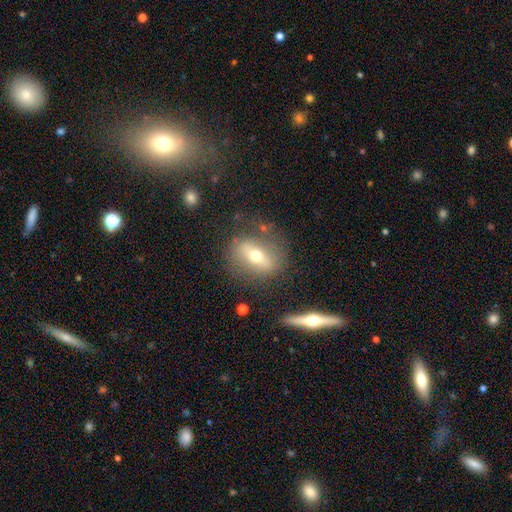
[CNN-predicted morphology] smooth-or-featured: featured or disk: 46% | smooth: 45% | star or artifact: 9%
  merging: none: 74% | minor disturbance: 15% | major disturbance: 8% | merger: 4%